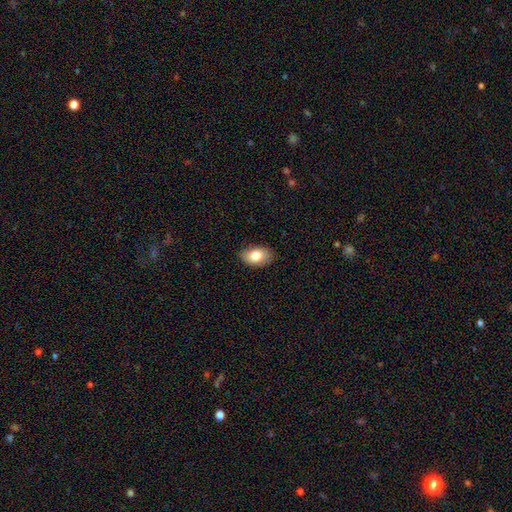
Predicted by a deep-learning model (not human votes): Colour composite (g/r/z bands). It shows a smooth galaxy with no disk features (82%) that is in between round and cigar-shaped (91%). Merging: none (85%).